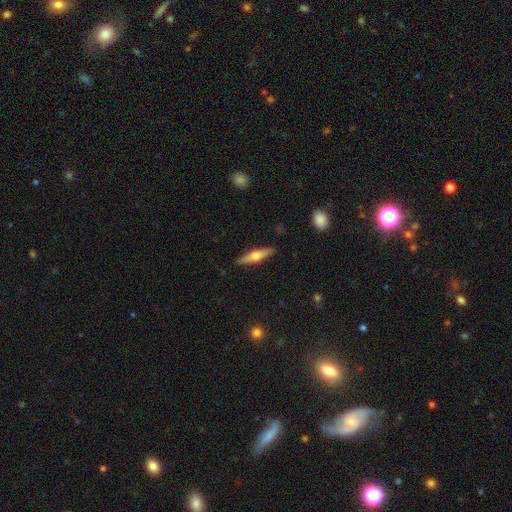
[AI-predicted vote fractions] Q: Smooth or featured?
A: featured or disk (59%); runner-up: smooth (35%)
Q: Edge-on disk?
A: yes (95%); runner-up: no (5%)
Q: Edge-on bulge?
A: rounded (94%); runner-up: boxy (3%)
Q: Merging?
A: none (90%); runner-up: minor disturbance (7%)